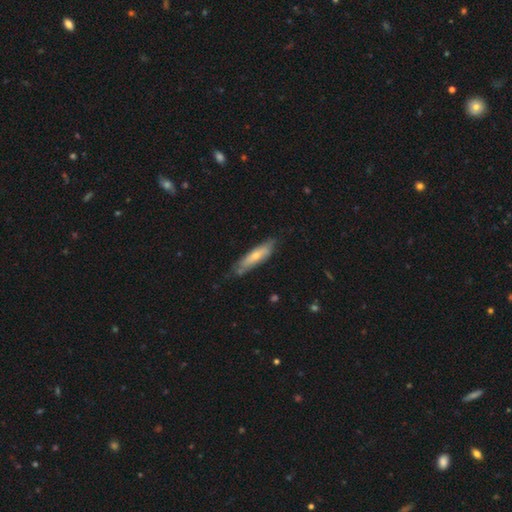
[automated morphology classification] Smooth or featured? Predicted: smooth (p=0.54). How rounded? Predicted: cigar-shaped (p=0.69). Merging? Predicted: none (p=0.66).